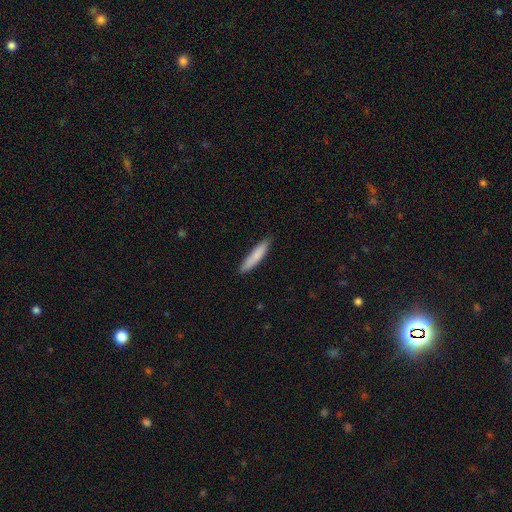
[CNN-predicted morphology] type=smooth (83%); roundness=cigar-shaped (89%); merging=none (86%).